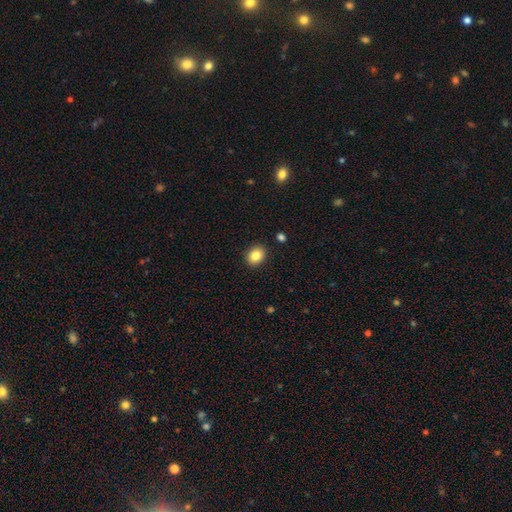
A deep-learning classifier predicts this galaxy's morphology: A smooth galaxy with no disk features (85%) that is round (54%). Merging: none (90%).